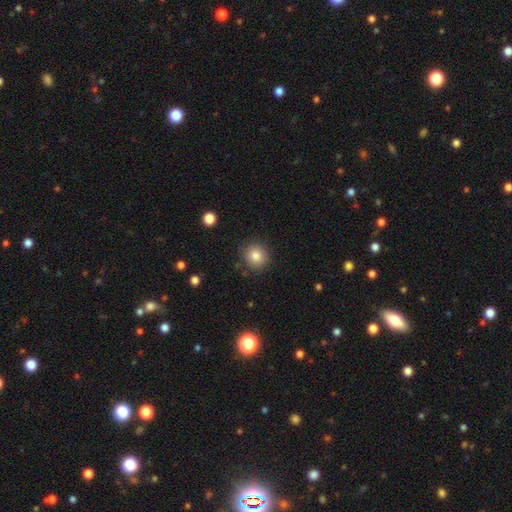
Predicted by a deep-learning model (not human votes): Morphology: type=smooth (83%); roundness=round (91%); merging=none (87%).